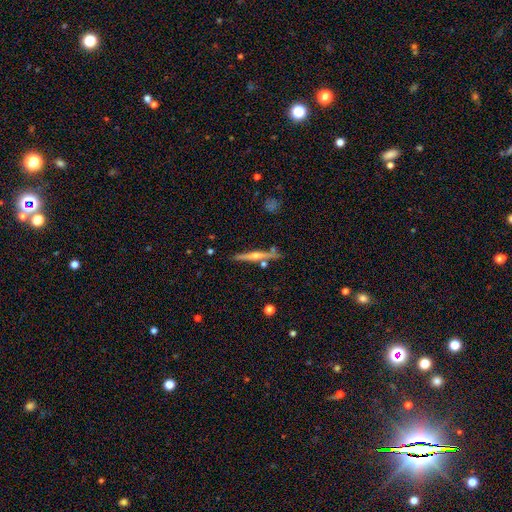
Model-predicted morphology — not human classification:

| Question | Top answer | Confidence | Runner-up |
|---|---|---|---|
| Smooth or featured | featured or disk | 69% | smooth (25%) |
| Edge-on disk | yes | 97% | no (3%) |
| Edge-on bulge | rounded | 86% | none (10%) |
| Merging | none | 83% | minor disturbance (10%) |